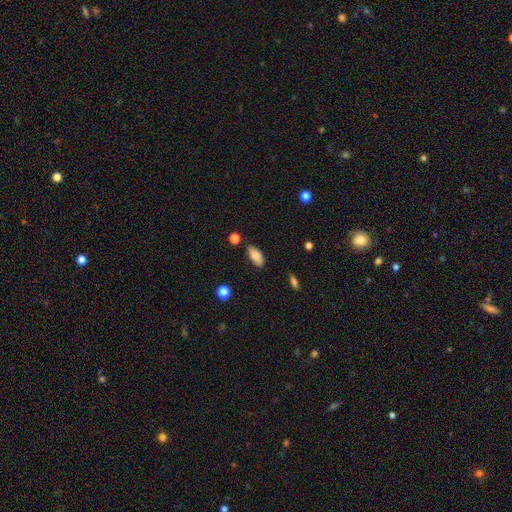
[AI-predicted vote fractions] This is clearly a smooth galaxy (84%). How rounded: clearly in between (90%). Merging: likely none (77%).